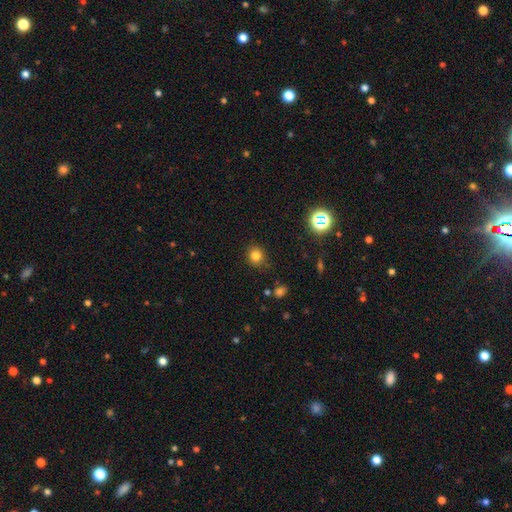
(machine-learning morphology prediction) Overall: smooth (79%). How rounded: round (86%). Merging: none (85%).